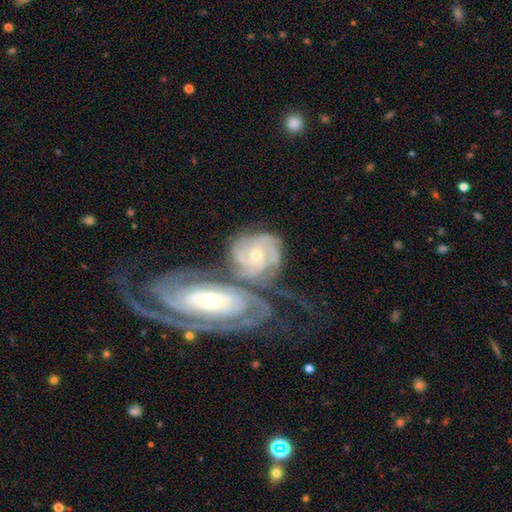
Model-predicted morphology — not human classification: This is clearly a featured or disk galaxy (83%). It is clearly not viewed edge-on (96%). Bar: likely no (69%). Spiral arm pattern: clearly yes (95%). Spiral arm count: marginally 3 (32%). Spiral winding: likely tight (66%). Central bulge: likely small (65%). Merging: marginally merger (44%).